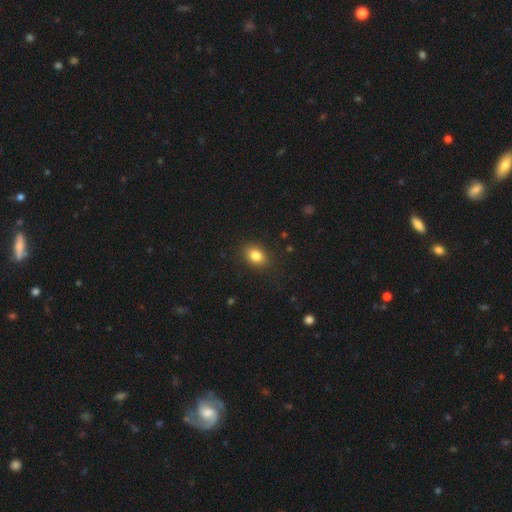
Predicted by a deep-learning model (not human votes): Morphology: type=smooth (83%); roundness=in between (66%); merging=none (88%).